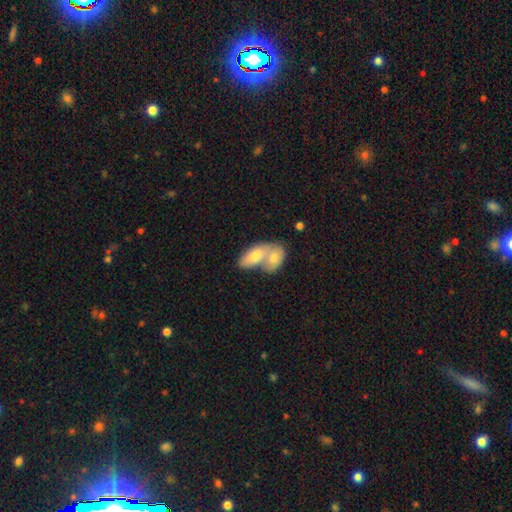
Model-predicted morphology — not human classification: Smooth or featured? smooth (71%)
How rounded? in between (87%)
Merging? merger (74%)